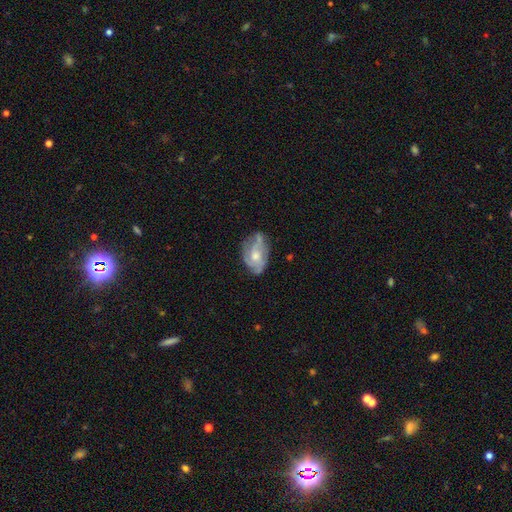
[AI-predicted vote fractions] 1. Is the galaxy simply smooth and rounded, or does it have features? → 66% featured or disk, 27% smooth, 6% star or artifact.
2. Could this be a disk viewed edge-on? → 96% no, 4% yes.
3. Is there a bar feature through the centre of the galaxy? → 72% no, 24% weak, 4% strong.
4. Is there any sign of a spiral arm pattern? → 76% yes, 24% no.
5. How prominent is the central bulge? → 61% moderate, 27% small, 7% large, 4% none, 1% dominant.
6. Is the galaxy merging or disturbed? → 52% none, 30% minor disturbance, 13% major disturbance, 4% merger.